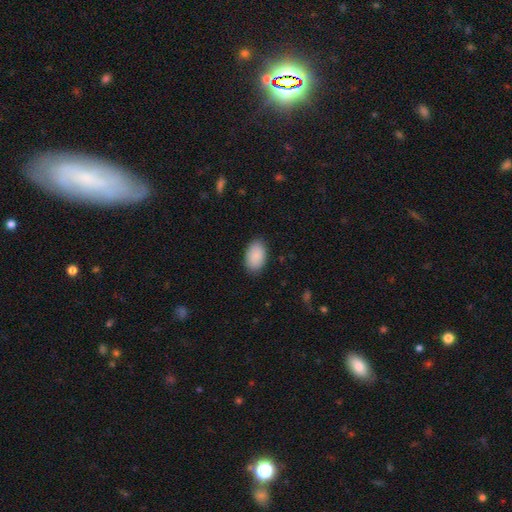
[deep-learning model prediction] Smooth or featured? Predicted: smooth (p=0.90). How rounded? Predicted: in between (p=0.93). Merging? Predicted: none (p=0.86).